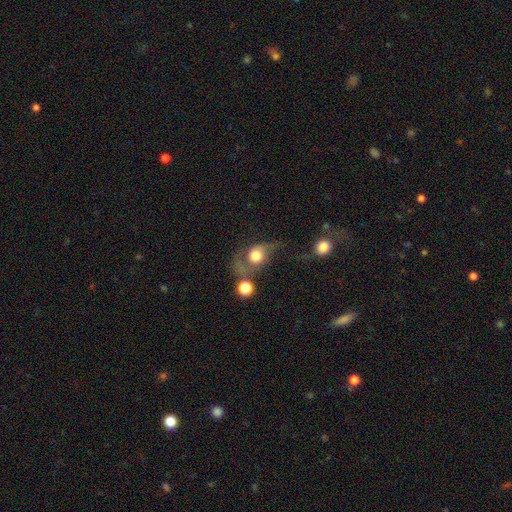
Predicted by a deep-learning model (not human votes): smooth-or-featured: smooth: 52% | featured or disk: 37% | star or artifact: 10%
  how-rounded: round: 64% | in between: 34% | cigar-shaped: 2%
  merging: major disturbance: 36% | none: 26% | merger: 20% | minor disturbance: 18%